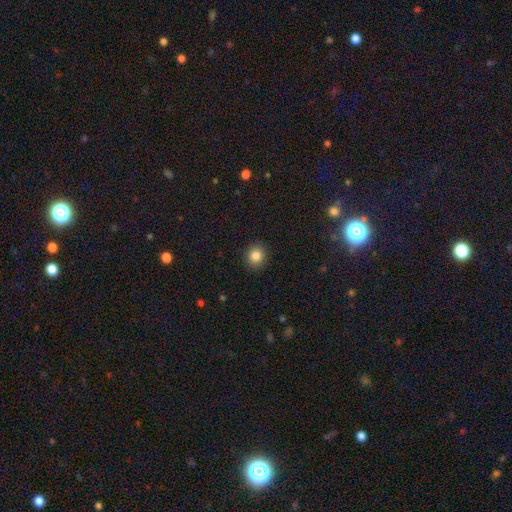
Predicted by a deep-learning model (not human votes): The model was most divided on "how rounded": round: 81%, in between: 18%, cigar-shaped: 1%. More confident: merging — none (91%); smooth or featured — smooth (84%).